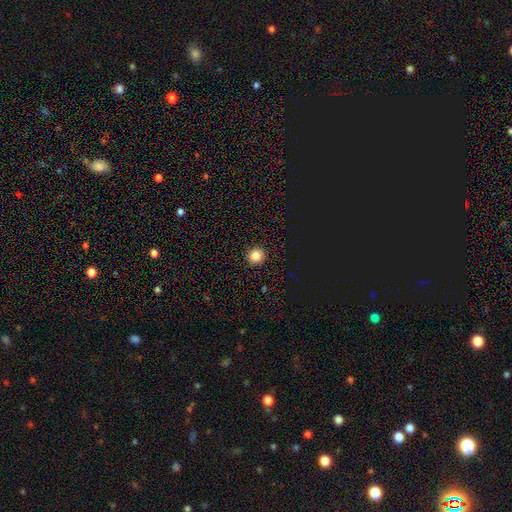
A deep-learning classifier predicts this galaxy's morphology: smooth_or_featured: smooth (p=0.83) [alt: star or artifact p=0.13]
how_rounded: round (p=0.94) [alt: in between p=0.05]
merging: none (p=0.93) [alt: minor disturbance p=0.04]